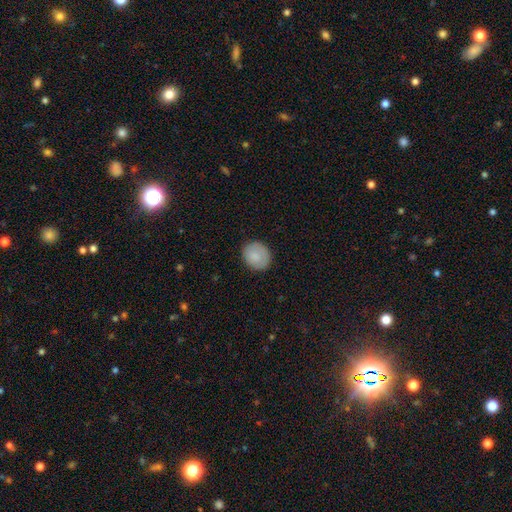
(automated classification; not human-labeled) A smooth galaxy with no disk features (87%) that is round (70%).

Vote fractions:
- Smooth or featured? smooth: 87% / star or artifact: 7% / featured or disk: 6%
- How rounded? round: 70% / in between: 29% / cigar-shaped: 1%
- Merging? none: 86% / minor disturbance: 10% / major disturbance: 2% / merger: 1%